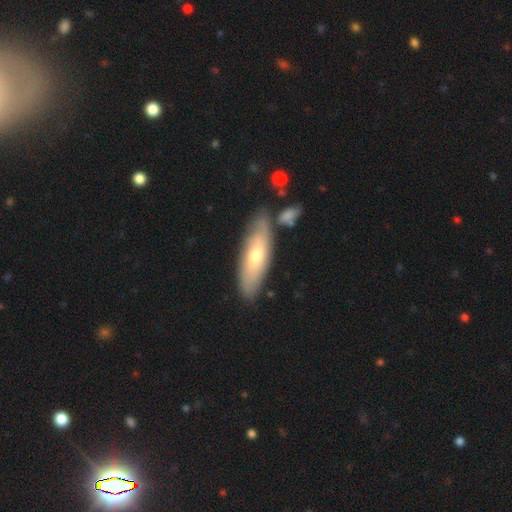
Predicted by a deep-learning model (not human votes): This is possibly a smooth galaxy (49%). Merging: likely none (73%).